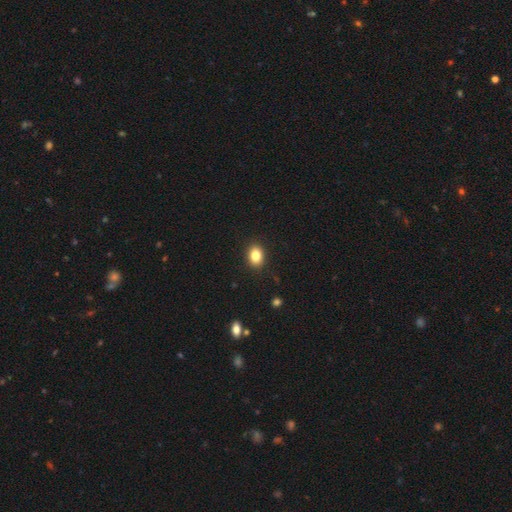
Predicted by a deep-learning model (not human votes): The model was most divided on "how rounded": in between: 67%, round: 32%, cigar-shaped: 1%. More confident: merging — none (90%); smooth or featured — smooth (84%).